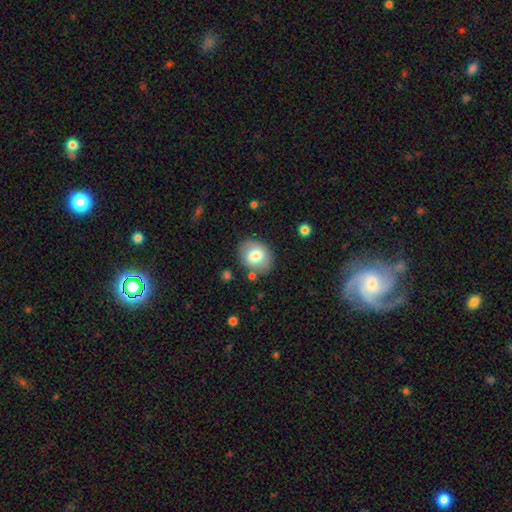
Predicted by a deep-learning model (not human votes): Morphology: type=smooth (73%); roundness=round (52%); merging=none (81%).